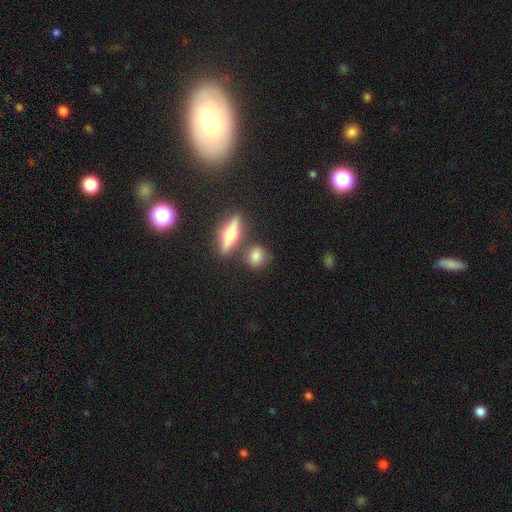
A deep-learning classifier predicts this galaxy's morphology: This is likely a smooth galaxy (69%). How rounded: possibly round (58%). Merging: likely none (70%).